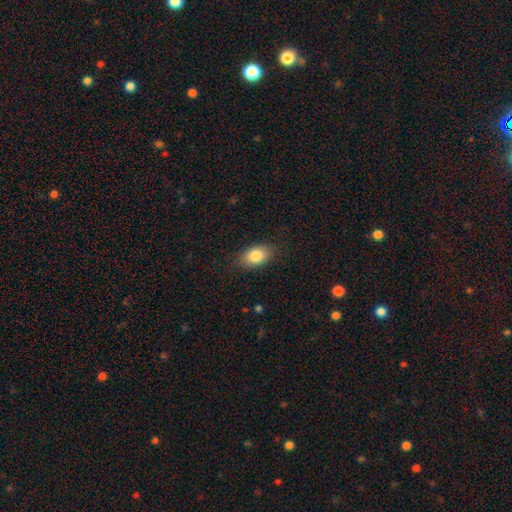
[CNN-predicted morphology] The model was most divided on "merging": none: 84%, minor disturbance: 12%, major disturbance: 3%, merger: 1%. More confident: how rounded — in between (86%); smooth or featured — smooth (84%).